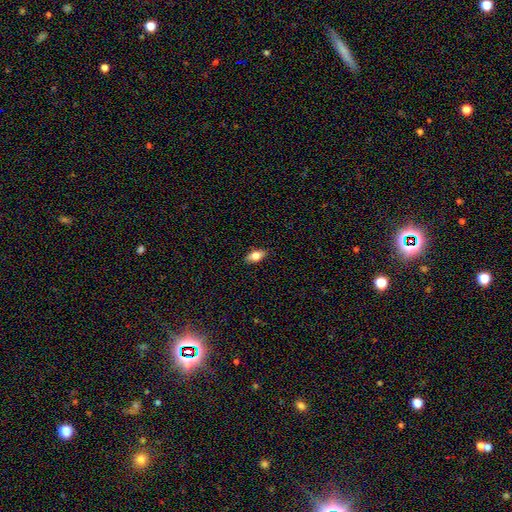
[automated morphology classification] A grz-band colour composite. It shows a smooth galaxy with no disk features (73%) that is in between round and cigar-shaped (84%). Merging: none (87%).